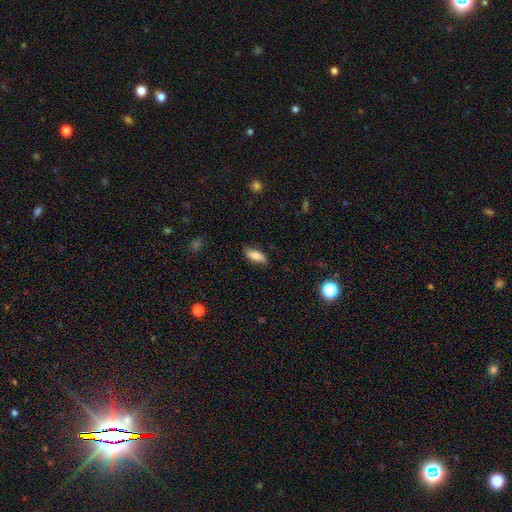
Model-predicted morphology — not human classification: The model was most divided on "how rounded": in between: 75%, cigar-shaped: 23%, round: 2%. More confident: merging — none (84%); smooth or featured — smooth (80%).